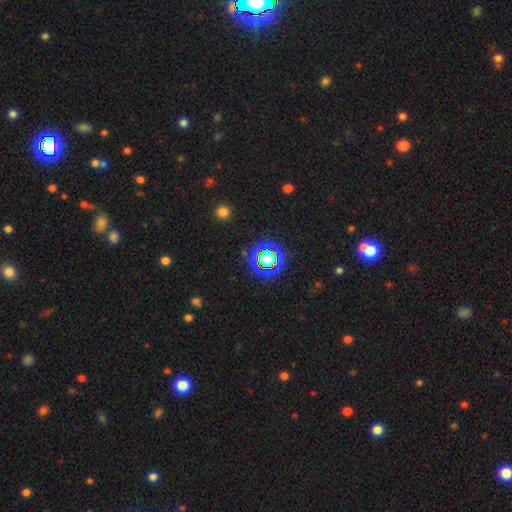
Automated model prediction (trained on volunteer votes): Morphology: type=star or artifact (76%).